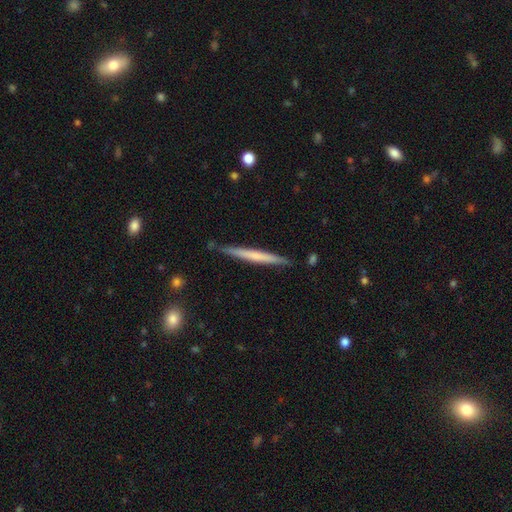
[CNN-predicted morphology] This is possibly a smooth galaxy (50%). Merging: clearly none (86%).